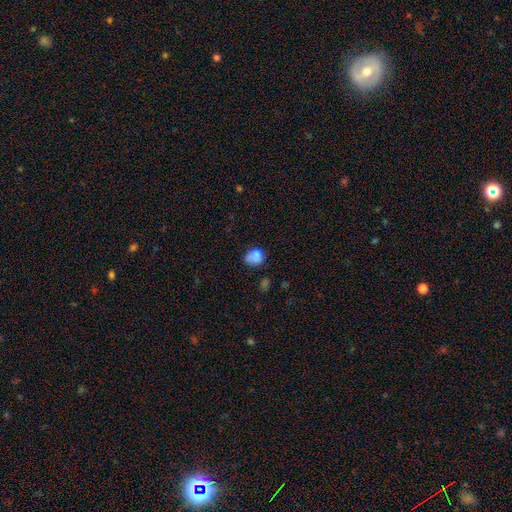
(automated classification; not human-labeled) smooth-or-featured: smooth: 74% | featured or disk: 15% | star or artifact: 11%
  how-rounded: round: 50% | in between: 49% | cigar-shaped: 1%
  merging: none: 39% | minor disturbance: 30% | merger: 16% | major disturbance: 15%